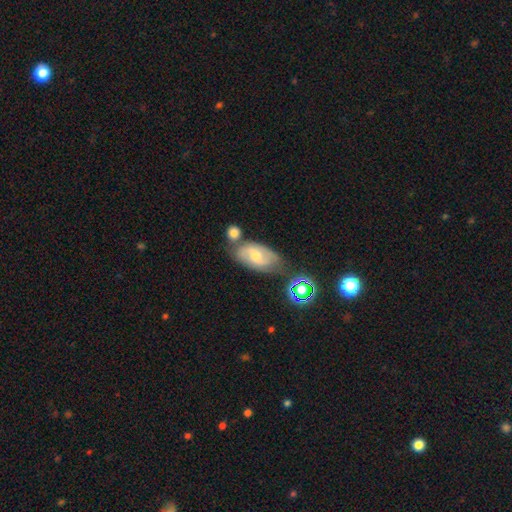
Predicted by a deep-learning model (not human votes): Smooth or featured: featured or disk — 50% (smooth — 40%)
Edge-on disk: no — 92% (yes — 8%)
Merging: none — 53% (minor disturbance — 22%)